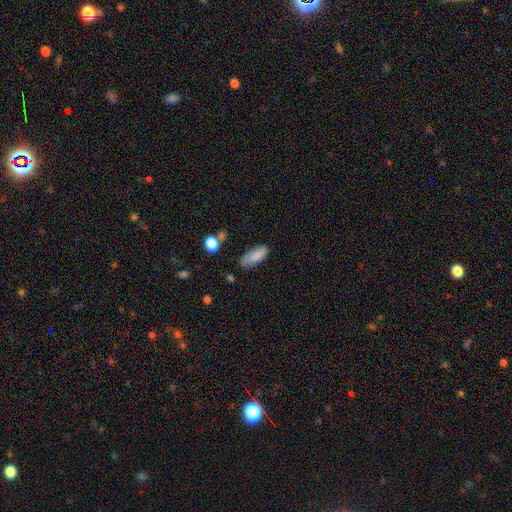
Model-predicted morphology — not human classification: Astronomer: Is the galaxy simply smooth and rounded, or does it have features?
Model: smooth — 86%.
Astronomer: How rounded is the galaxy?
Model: in between — 74%.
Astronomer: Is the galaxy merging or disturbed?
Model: none — 72%.